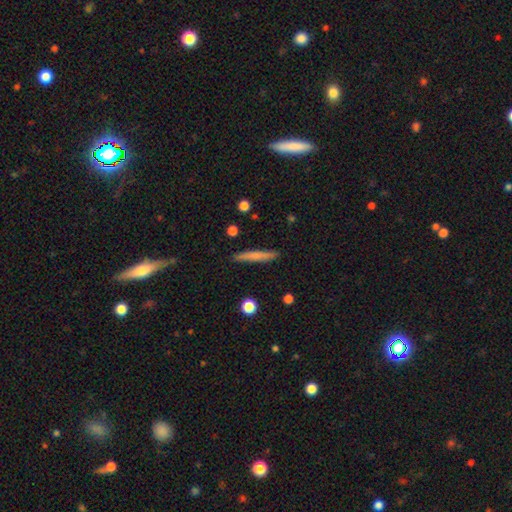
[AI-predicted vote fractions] Smooth or featured? Predicted: smooth (p=0.67). How rounded? Predicted: cigar-shaped (p=0.94). Merging? Predicted: none (p=0.89).